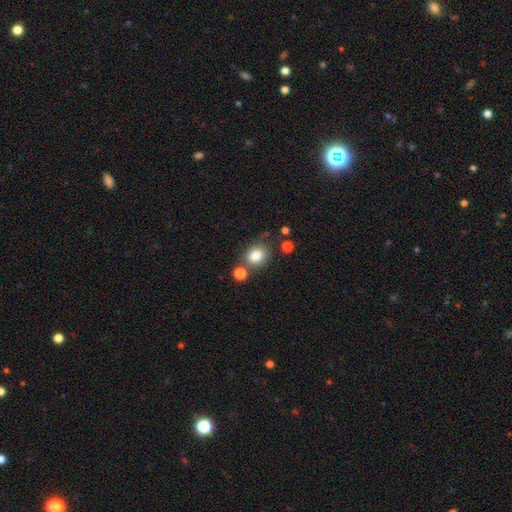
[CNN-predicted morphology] Smooth or featured?
  - smooth: 83% *
  - star or artifact: 11%
  - featured or disk: 7%
How rounded?
  - round: 63% *
  - in between: 36%
  - cigar-shaped: 1%
Merging?
  - none: 69% *
  - minor disturbance: 14%
  - merger: 13%
  - major disturbance: 5%